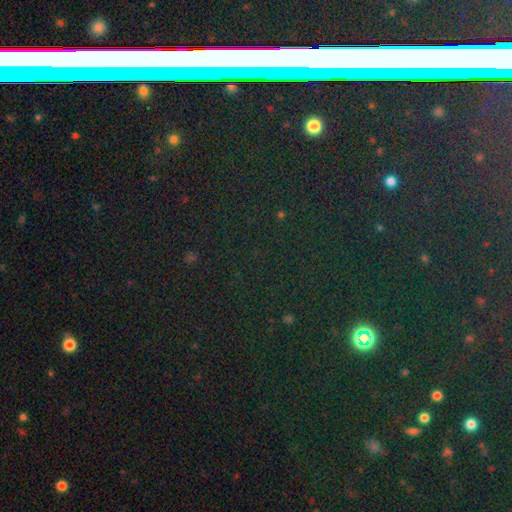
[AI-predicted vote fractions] A star or artifact, not a galaxy (79%).

Vote fractions:
- Smooth or featured? star or artifact: 79% / smooth: 12% / featured or disk: 9%